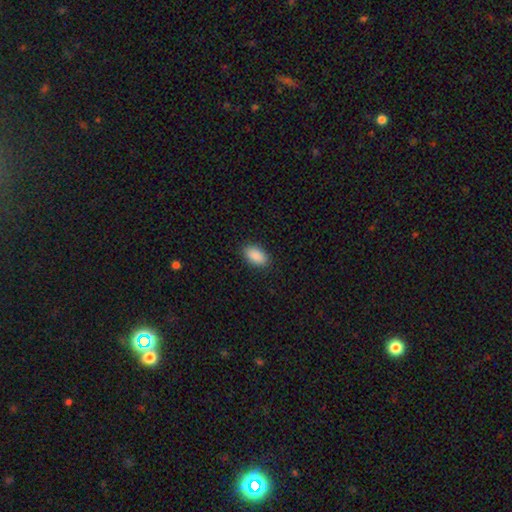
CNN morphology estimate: Smooth or featured? smooth (90%)
How rounded? in between (93%)
Merging? none (89%)